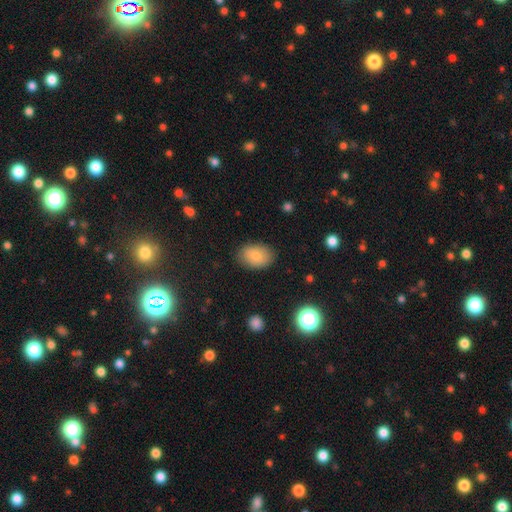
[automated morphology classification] A smooth galaxy with no disk features (83%) that is in between round and cigar-shaped (84%).

Vote fractions:
- Smooth or featured? smooth: 83% / featured or disk: 9% / star or artifact: 8%
- How rounded? in between: 84% / round: 15% / cigar-shaped: 1%
- Merging? none: 85% / minor disturbance: 11% / major disturbance: 3% / merger: 1%